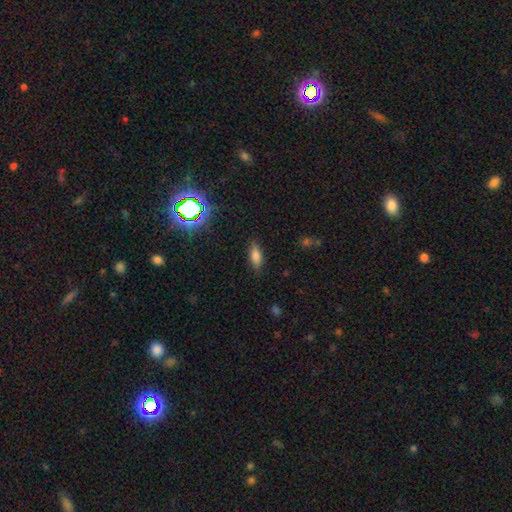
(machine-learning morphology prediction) smooth-or-featured: smooth: 75% | featured or disk: 14% | star or artifact: 12%
  how-rounded: in between: 74% | cigar-shaped: 23% | round: 3%
  merging: none: 83% | minor disturbance: 12% | major disturbance: 3% | merger: 1%